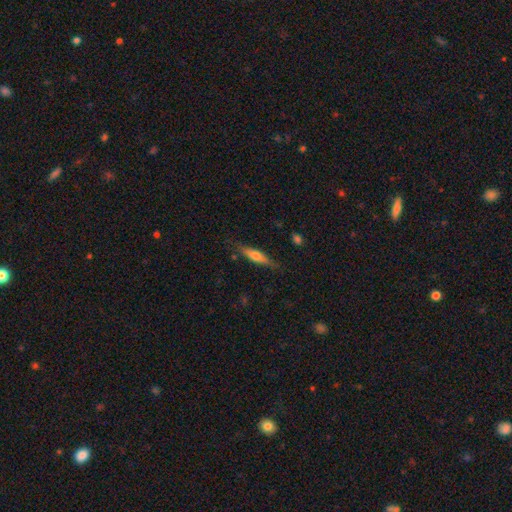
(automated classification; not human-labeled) Smooth or featured?
  - smooth: 51% *
  - featured or disk: 43%
  - star or artifact: 6%
How rounded?
  - cigar-shaped: 78% *
  - in between: 20%
  - round: 2%
Merging?
  - none: 81% *
  - minor disturbance: 15%
  - major disturbance: 3%
  - merger: 2%